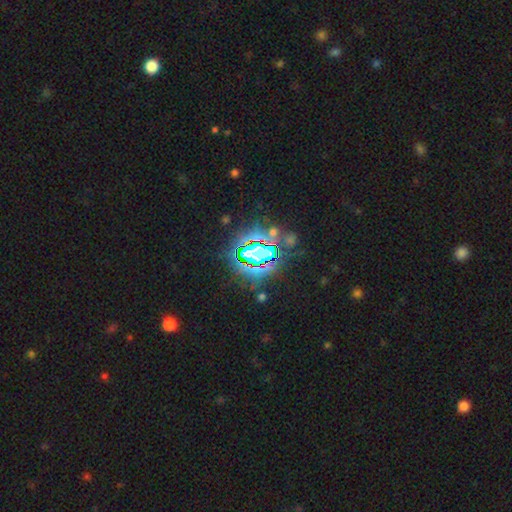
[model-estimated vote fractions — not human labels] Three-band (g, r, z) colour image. It shows a star or artifact, not a galaxy (77%).